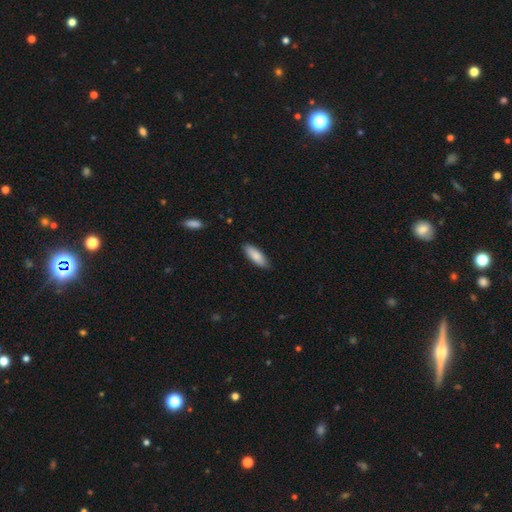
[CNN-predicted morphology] smooth 86%, featured or disk 9%, star or artifact 5%. Down the decision tree: how rounded — in between (64%); merging — none (87%).